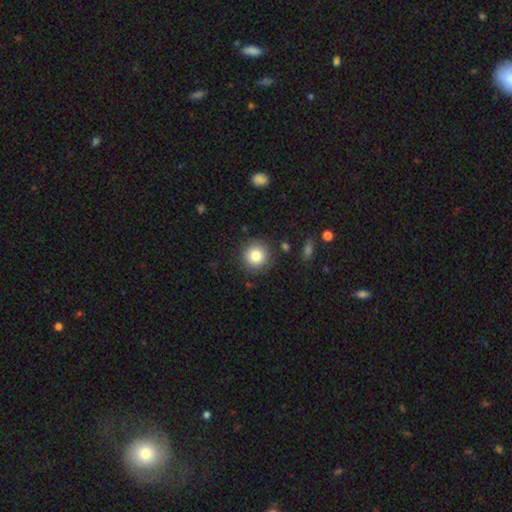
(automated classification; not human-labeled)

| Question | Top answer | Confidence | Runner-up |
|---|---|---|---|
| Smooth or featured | smooth | 83% | star or artifact (10%) |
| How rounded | round | 94% | in between (6%) |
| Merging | none | 87% | minor disturbance (8%) |